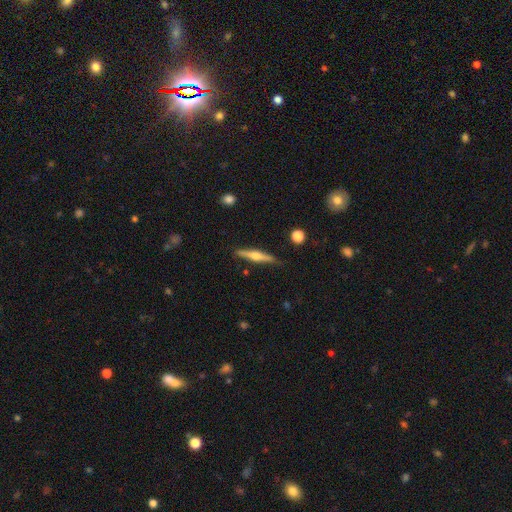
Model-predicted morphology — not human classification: Overall: featured or disk (64%; smooth 30%). Edge-on disk: yes (97%). Edge-on bulge: rounded (90%). Merging: none (85%).